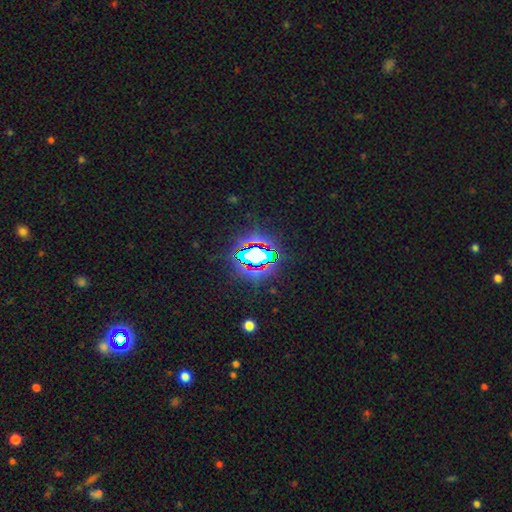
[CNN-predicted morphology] A star or artifact, not a galaxy (71%).